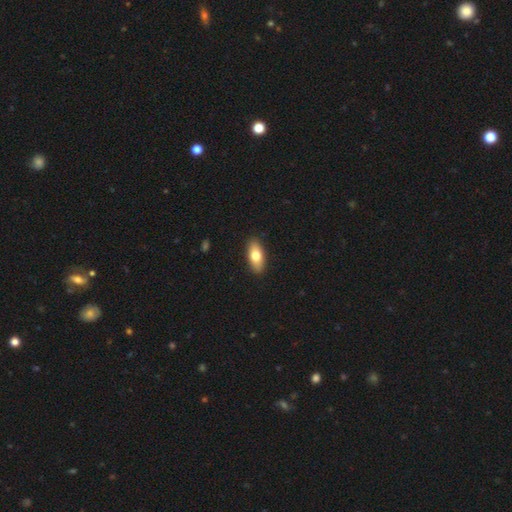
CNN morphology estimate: Smooth or featured: smooth — 73% (featured or disk — 21%)
How rounded: in between — 84% (cigar-shaped — 12%)
Merging: none — 90% (minor disturbance — 7%)